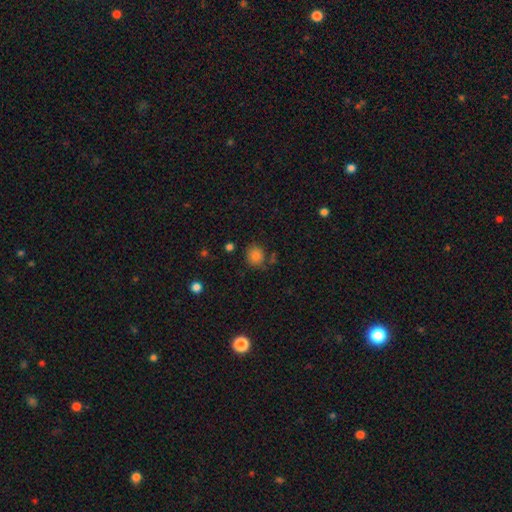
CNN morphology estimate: smooth_or_featured: smooth (p=0.82) [alt: star or artifact p=0.11]
how_rounded: round (p=0.80) [alt: in between p=0.19]
merging: none (p=0.74) [alt: minor disturbance p=0.15]